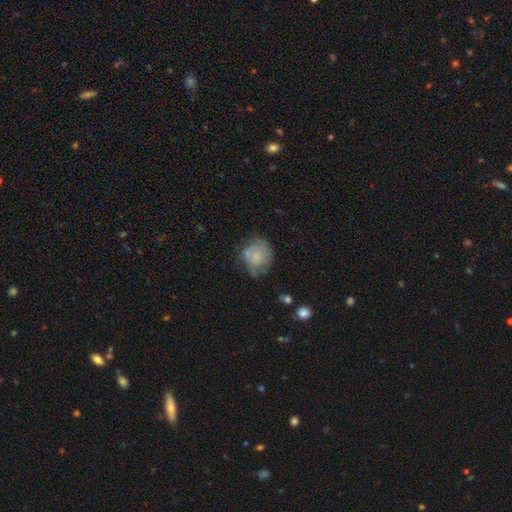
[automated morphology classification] smooth-or-featured: smooth: 58% | featured or disk: 34% | star or artifact: 8%
  how-rounded: round: 74% | in between: 25% | cigar-shaped: 1%
  merging: none: 46% | minor disturbance: 31% | major disturbance: 17% | merger: 5%